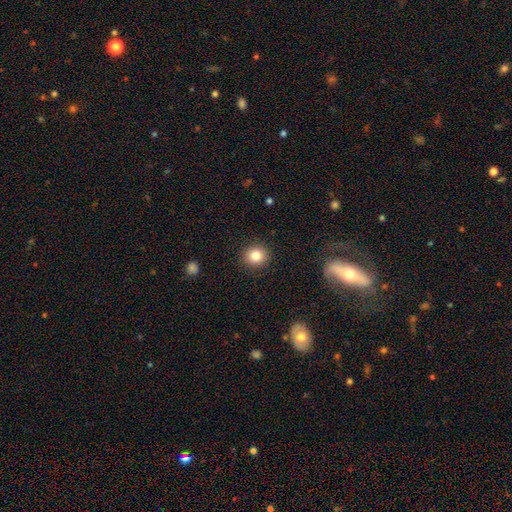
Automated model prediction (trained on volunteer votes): The model was most divided on "how rounded": round: 83%, in between: 16%, cigar-shaped: 1%. More confident: merging — none (90%); smooth or featured — smooth (83%).